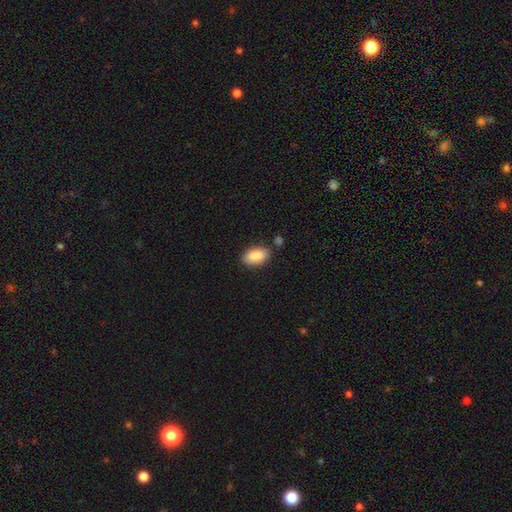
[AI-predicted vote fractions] Smooth or featured?
  - smooth: 87% *
  - featured or disk: 7%
  - star or artifact: 6%
How rounded?
  - in between: 93% *
  - round: 4%
  - cigar-shaped: 3%
Merging?
  - none: 80% *
  - minor disturbance: 12%
  - merger: 5%
  - major disturbance: 3%